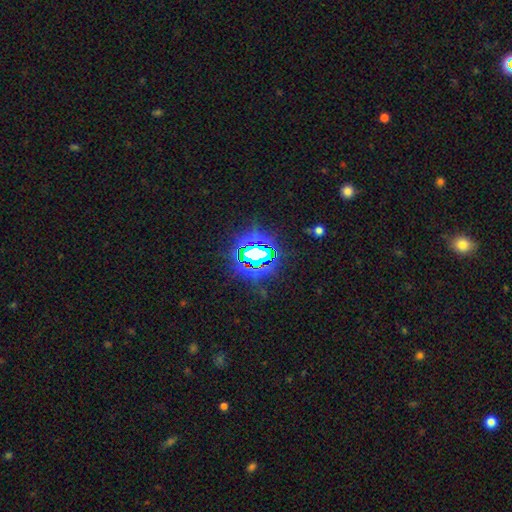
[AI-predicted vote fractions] smooth-or-featured: star or artifact: 77% | smooth: 12% | featured or disk: 11%